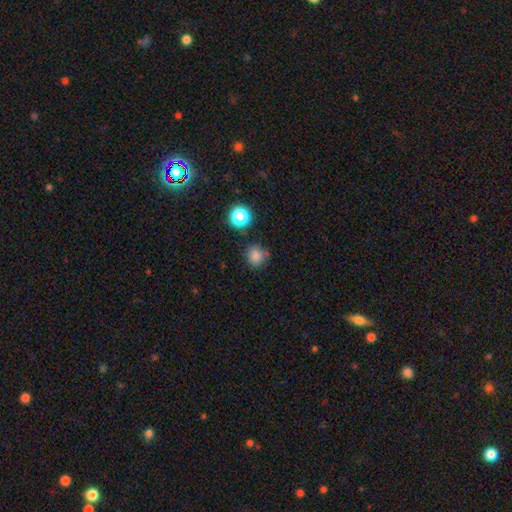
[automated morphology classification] Q: Smooth or featured?
A: smooth (81%); runner-up: star or artifact (15%)
Q: How rounded?
A: round (88%); runner-up: in between (11%)
Q: Merging?
A: none (79%); runner-up: minor disturbance (13%)